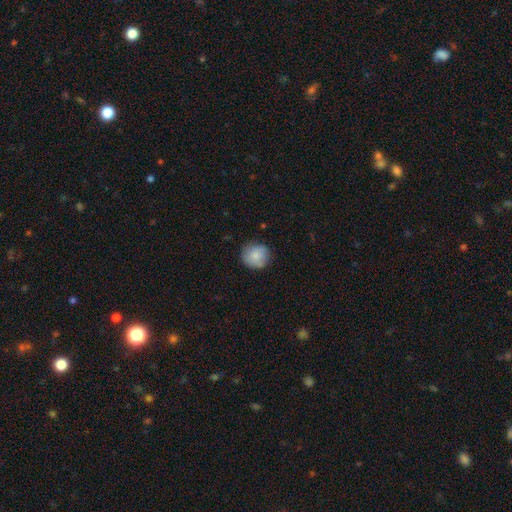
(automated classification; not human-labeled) The model was most divided on "merging": none: 81%, minor disturbance: 15%, major disturbance: 3%, merger: 1%. More confident: how rounded — round (90%); smooth or featured — smooth (83%).